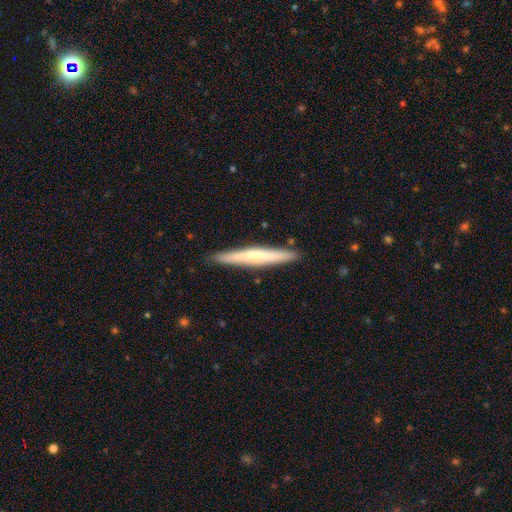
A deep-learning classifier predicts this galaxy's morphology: This is possibly a featured or disk galaxy (49%). Merging: clearly none (90%).